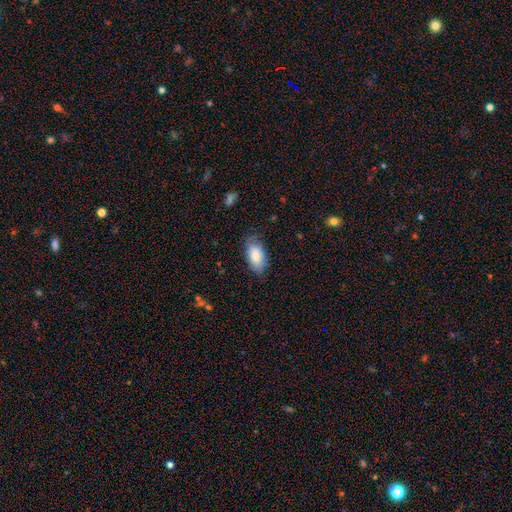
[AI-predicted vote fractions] Morphology: type=smooth (82%); roundness=in between (93%); merging=none (75%).